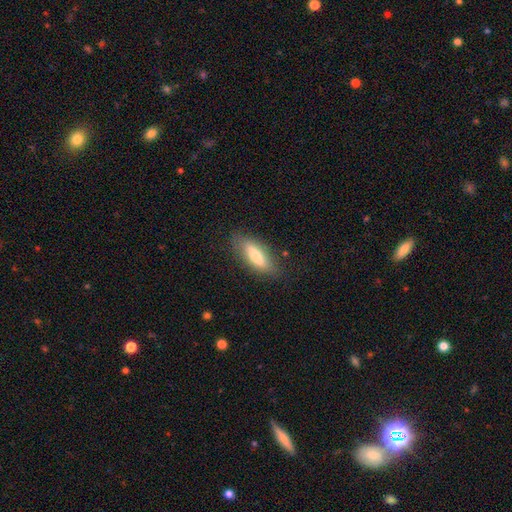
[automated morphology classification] Smooth or featured?
  - smooth: 65% *
  - featured or disk: 29%
  - star or artifact: 7%
How rounded?
  - in between: 56% *
  - cigar-shaped: 42%
  - round: 2%
Merging?
  - none: 81% *
  - minor disturbance: 14%
  - major disturbance: 3%
  - merger: 1%